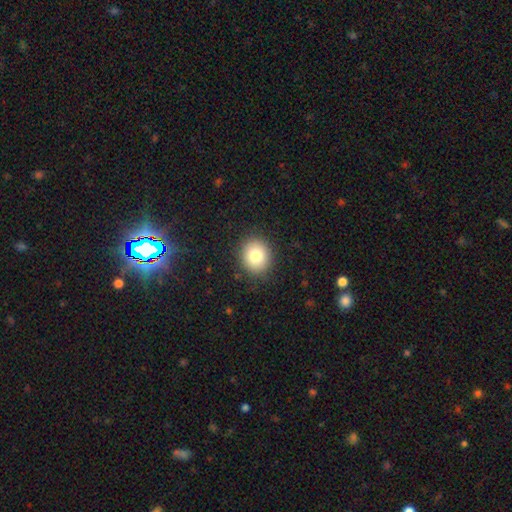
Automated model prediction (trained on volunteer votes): smooth 80%, star or artifact 10%, featured or disk 10%. Down the decision tree: how rounded — round (81%); merging — none (89%).